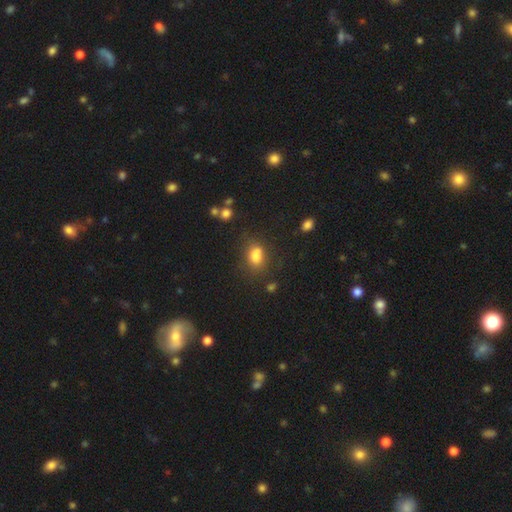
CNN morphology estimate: Overall: smooth (78%). How rounded: in between (63%; round 35%). Merging: none (56%; minor disturbance 20%).